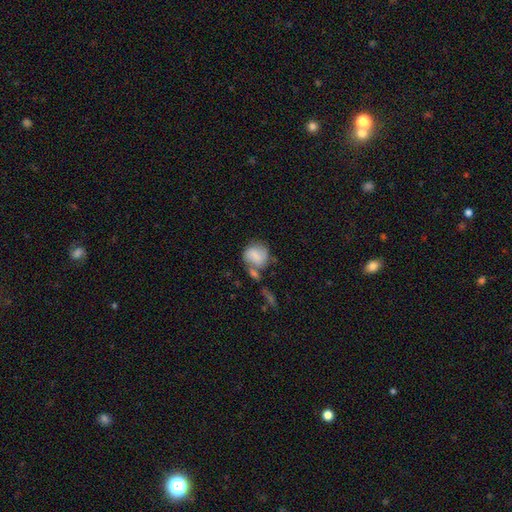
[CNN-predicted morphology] This appears to be a smooth galaxy with no disk features (70%) that is round (74%). Merging: none (42%).